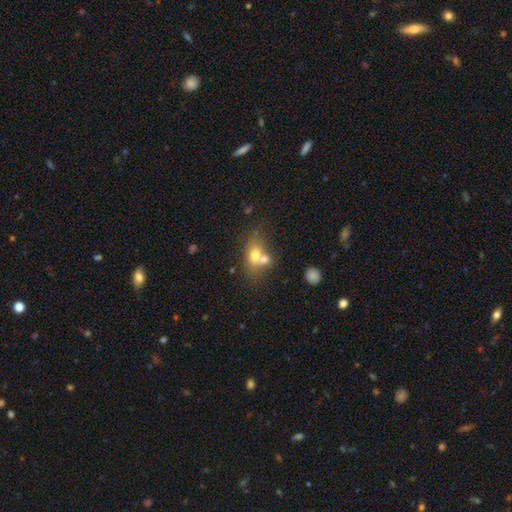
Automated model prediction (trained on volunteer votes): smooth_or_featured: smooth (p=0.67) [alt: featured or disk p=0.23]
how_rounded: in between (p=0.66) [alt: round p=0.30]
merging: merger (p=0.57) [alt: none p=0.28]